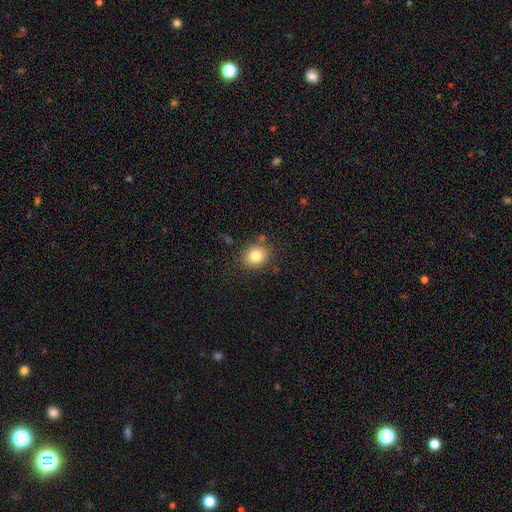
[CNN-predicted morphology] A smooth galaxy with no disk features (80%) that is round (64%). Merging: none (82%).